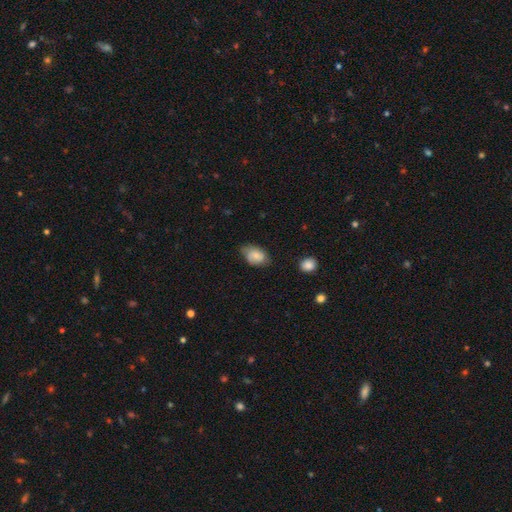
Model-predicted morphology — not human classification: smooth-or-featured: smooth: 76% | featured or disk: 16% | star or artifact: 8%
  how-rounded: in between: 84% | round: 15% | cigar-shaped: 1%
  merging: none: 57% | minor disturbance: 34% | major disturbance: 7% | merger: 2%